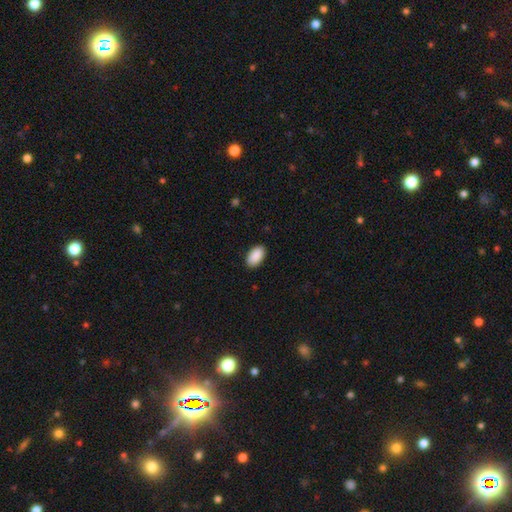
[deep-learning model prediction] A smooth galaxy with no disk features (91%) that is in between round and cigar-shaped (95%).

Vote fractions:
- Smooth or featured? smooth: 91% / star or artifact: 6% / featured or disk: 3%
- How rounded? in between: 95% / round: 3% / cigar-shaped: 1%
- Merging? none: 90% / minor disturbance: 8% / major disturbance: 2% / merger: 1%